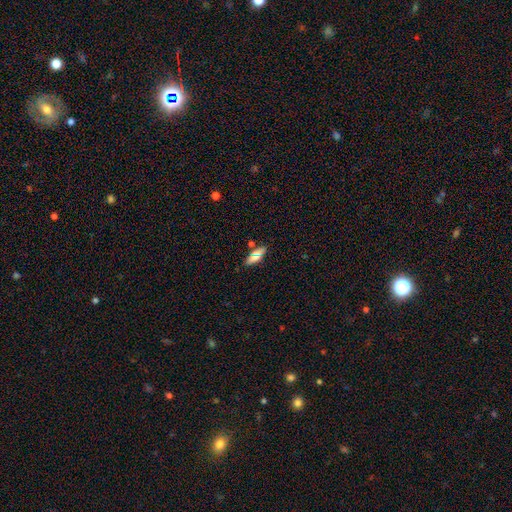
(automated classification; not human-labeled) smooth 68%, featured or disk 20%, star or artifact 12%. Down the decision tree: how rounded — in between (56%); merging — none (81%).